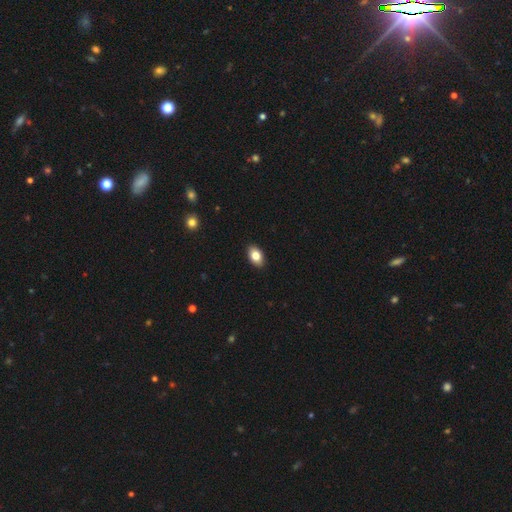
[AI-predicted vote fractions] This is clearly a smooth galaxy (82%). How rounded: clearly in between (90%). Merging: clearly none (90%).